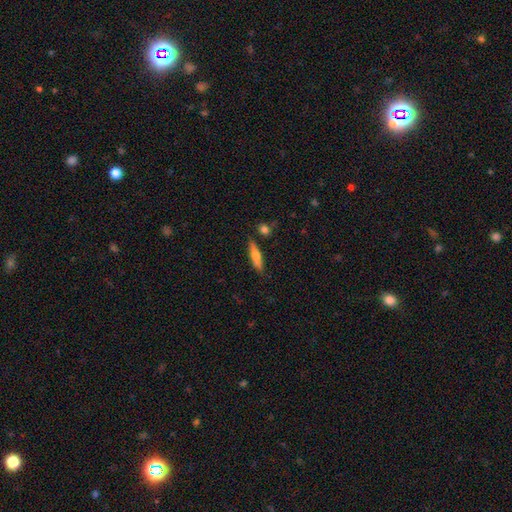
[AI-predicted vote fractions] Smooth or featured?
  - smooth: 57% *
  - featured or disk: 37%
  - star or artifact: 6%
How rounded?
  - cigar-shaped: 77% *
  - in between: 21%
  - round: 2%
Merging?
  - none: 82% *
  - minor disturbance: 12%
  - merger: 4%
  - major disturbance: 3%